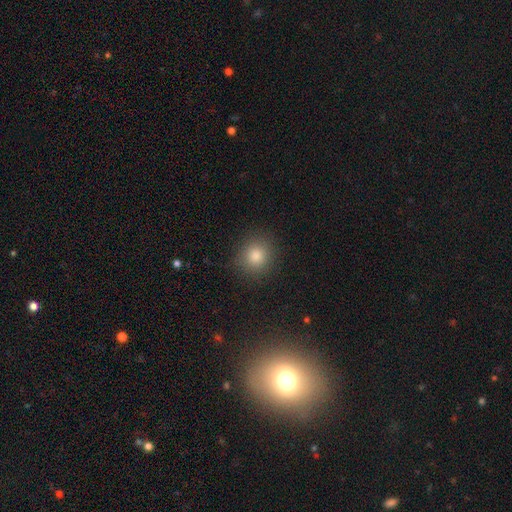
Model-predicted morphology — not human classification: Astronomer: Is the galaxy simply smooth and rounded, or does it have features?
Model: smooth — 81%.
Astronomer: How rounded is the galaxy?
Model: round — 86%.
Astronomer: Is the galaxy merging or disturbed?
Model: none — 90%.